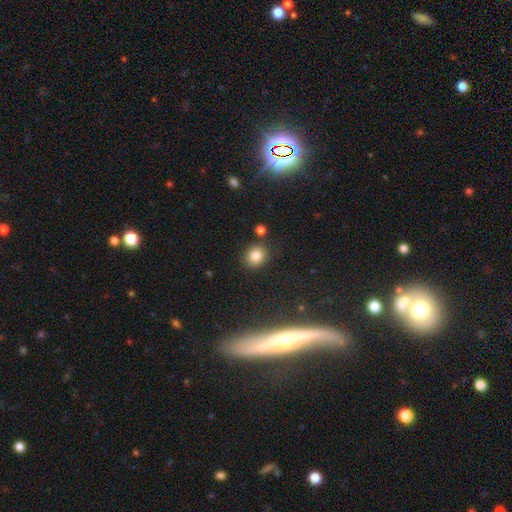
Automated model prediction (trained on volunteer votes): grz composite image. It shows a smooth galaxy with no disk features (82%) that is round (67%). Merging: none (82%).